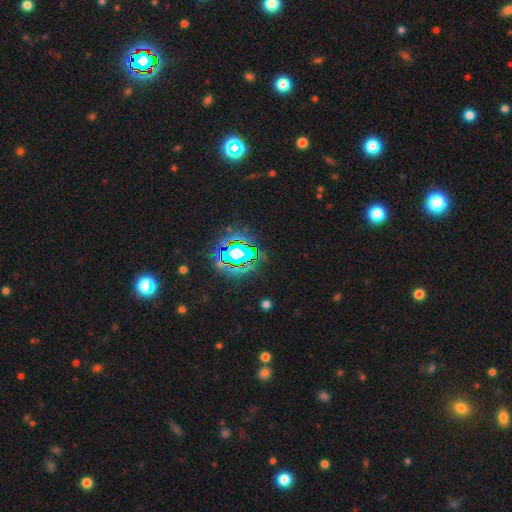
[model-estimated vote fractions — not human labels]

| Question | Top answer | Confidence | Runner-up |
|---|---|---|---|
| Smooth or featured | star or artifact | 80% | smooth (12%) |